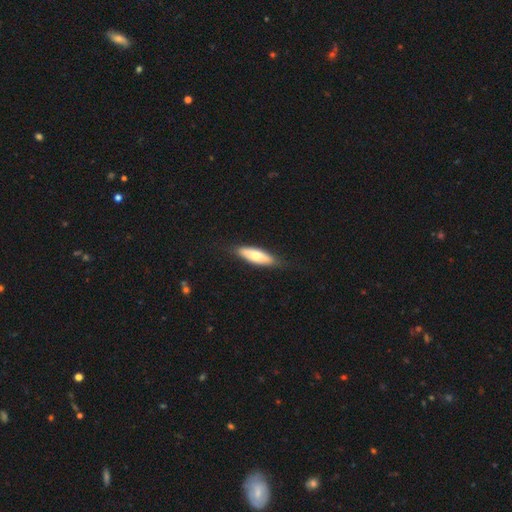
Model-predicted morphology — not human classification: Q: Smooth or featured?
A: smooth (62%); runner-up: featured or disk (33%)
Q: How rounded?
A: in between (56%); runner-up: cigar-shaped (42%)
Q: Merging?
A: none (82%); runner-up: minor disturbance (14%)